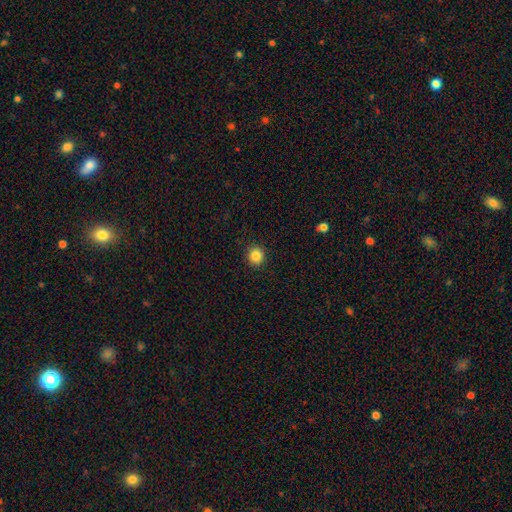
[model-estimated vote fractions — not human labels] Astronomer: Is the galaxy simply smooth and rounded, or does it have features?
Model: smooth — 86%.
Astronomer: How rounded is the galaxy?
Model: round — 87%.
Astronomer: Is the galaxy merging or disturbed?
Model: none — 92%.